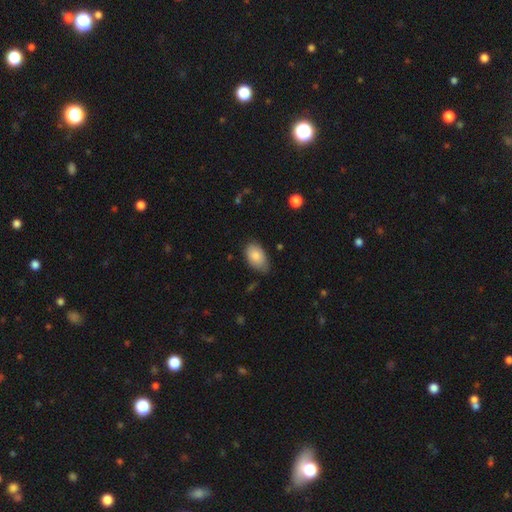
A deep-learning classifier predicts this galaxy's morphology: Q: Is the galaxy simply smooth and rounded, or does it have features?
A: smooth — 84%.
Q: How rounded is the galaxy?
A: in between — 93%.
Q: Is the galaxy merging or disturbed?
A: none — 65%.